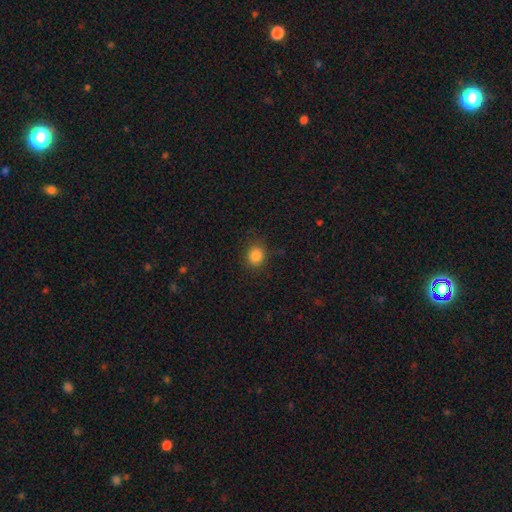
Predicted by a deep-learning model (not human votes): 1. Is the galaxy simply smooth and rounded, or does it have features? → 85% smooth, 11% star or artifact, 4% featured or disk.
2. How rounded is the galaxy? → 73% round, 26% in between, 1% cigar-shaped.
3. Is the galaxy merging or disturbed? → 85% none, 11% minor disturbance, 3% major disturbance, 1% merger.